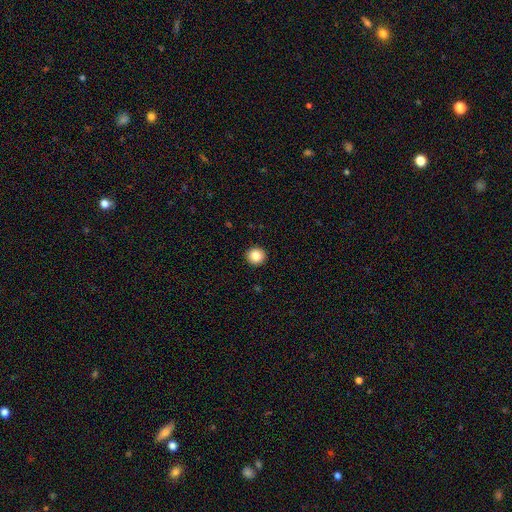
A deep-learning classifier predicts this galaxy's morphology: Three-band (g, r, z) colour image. It shows a smooth galaxy with no disk features (85%) that is round (94%). Merging: none (94%).